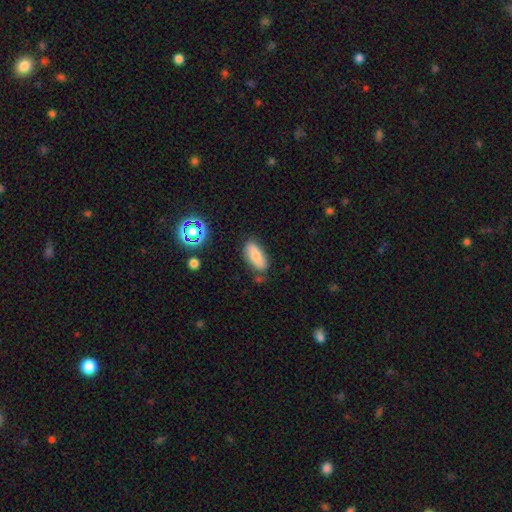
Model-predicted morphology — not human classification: Smooth or featured? Predicted: smooth (p=0.79). How rounded? Predicted: in between (p=0.80). Merging? Predicted: none (p=0.74).